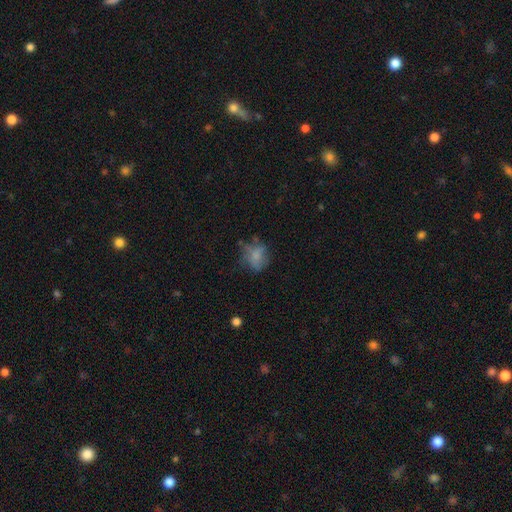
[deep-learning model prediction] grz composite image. It shows a smooth galaxy with no disk features (64%) that is round (59%). Merging: none (50%).